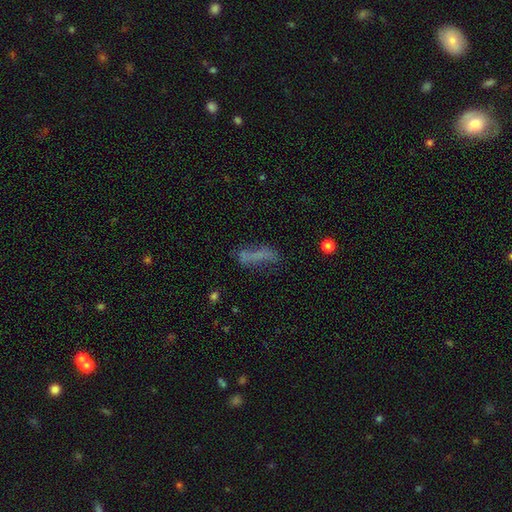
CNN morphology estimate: Smooth or featured? smooth (56%)
How rounded? cigar-shaped (68%)
Merging? none (52%)